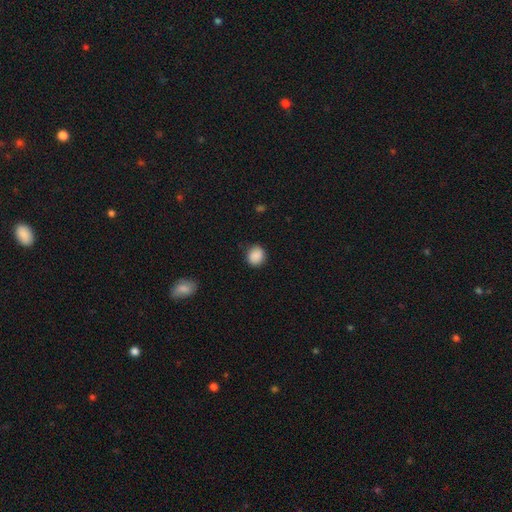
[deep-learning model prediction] Smooth or featured: smooth — 89% (star or artifact — 8%)
How rounded: round — 83% (in between — 16%)
Merging: none — 86% (minor disturbance — 10%)